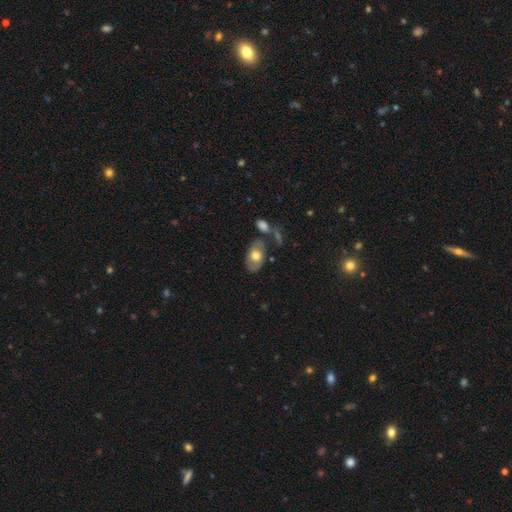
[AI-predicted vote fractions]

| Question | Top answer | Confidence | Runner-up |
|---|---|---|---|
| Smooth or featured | smooth | 61% | featured or disk (32%) |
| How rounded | in between | 90% | round (9%) |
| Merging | none | 64% | minor disturbance (17%) |